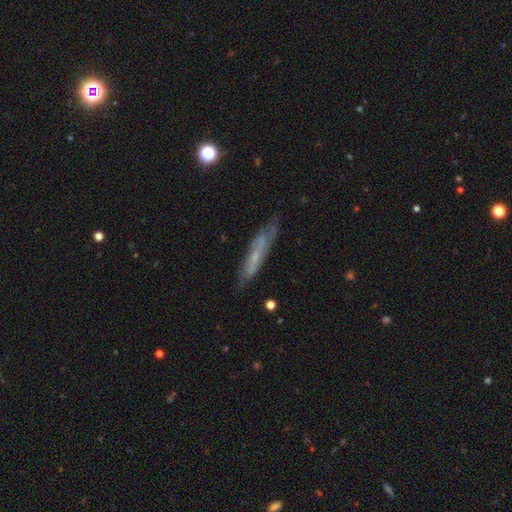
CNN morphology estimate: The model was most divided on "edge-on disk": yes: 57%, no: 43%. More confident: merging — none (73%); smooth or featured — featured or disk (54%).